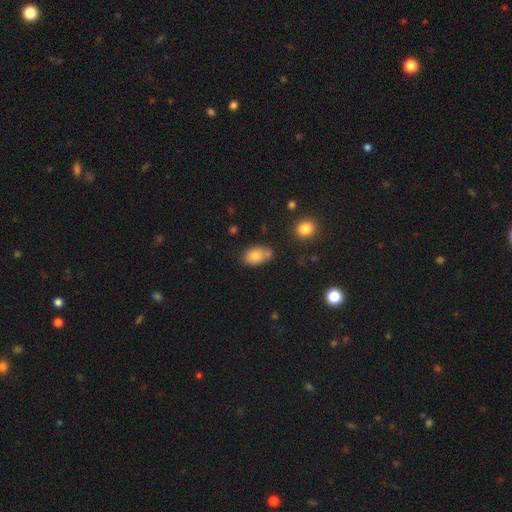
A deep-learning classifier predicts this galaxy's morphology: A smooth galaxy with no disk features (80%) that is in between round and cigar-shaped (85%).

Vote fractions:
- Smooth or featured? smooth: 80% / featured or disk: 11% / star or artifact: 9%
- How rounded? in between: 85% / round: 13% / cigar-shaped: 1%
- Merging? none: 56% / minor disturbance: 23% / merger: 15% / major disturbance: 6%